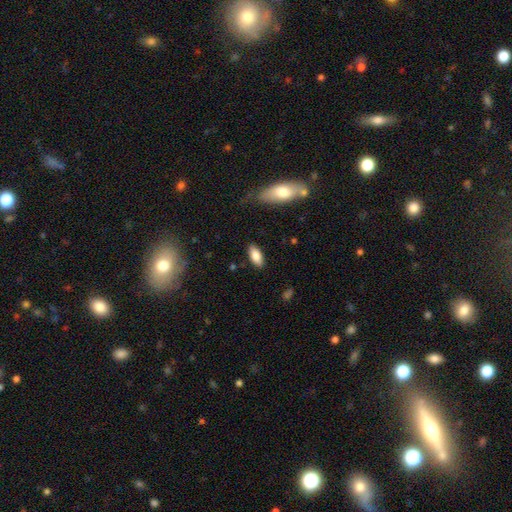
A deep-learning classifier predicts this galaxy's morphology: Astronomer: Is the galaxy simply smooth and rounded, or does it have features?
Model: smooth — 82%.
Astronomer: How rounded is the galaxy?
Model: in between — 85%.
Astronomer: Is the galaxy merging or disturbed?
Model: none — 86%.